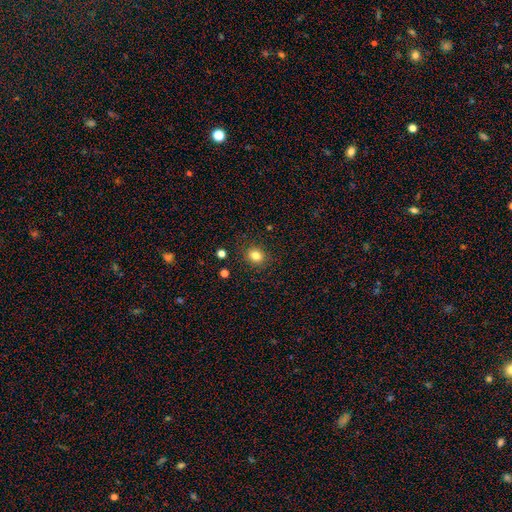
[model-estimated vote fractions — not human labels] Q: Smooth or featured?
A: smooth (82%); runner-up: star or artifact (12%)
Q: How rounded?
A: round (66%); runner-up: in between (33%)
Q: Merging?
A: none (87%); runner-up: minor disturbance (9%)